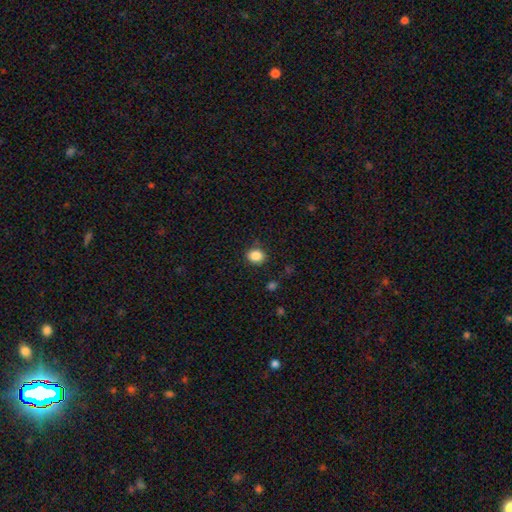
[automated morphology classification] type=smooth (86%); roundness=round (62%); merging=none (86%).